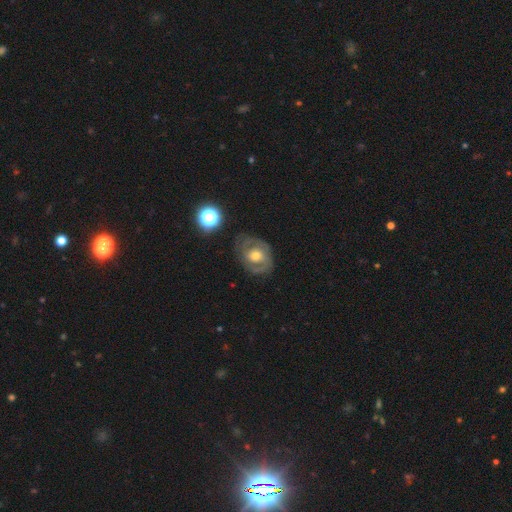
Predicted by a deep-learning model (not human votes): featured or disk 71%, smooth 21%, star or artifact 8%. Down the decision tree: edge-on disk — no (96%); bar — no (67%); spiral arms — yes (75%); spiral arm count — 2 (63%); spiral winding — tight (49%); bulge size — moderate (69%); merging — none (71%).